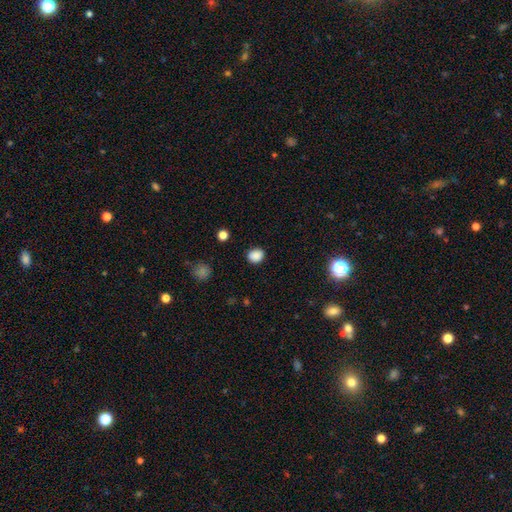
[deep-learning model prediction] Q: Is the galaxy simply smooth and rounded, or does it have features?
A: smooth — 87%.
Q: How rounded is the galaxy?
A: round — 59%.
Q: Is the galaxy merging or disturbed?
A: none — 87%.